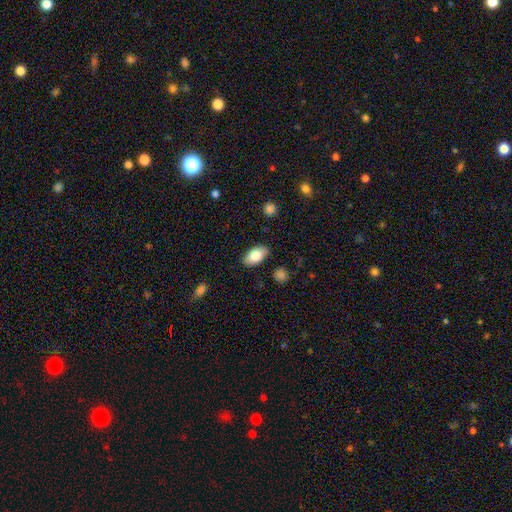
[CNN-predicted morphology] This appears to be a smooth galaxy with no disk features (81%) that is in between round and cigar-shaped (93%). Merging: none (87%).